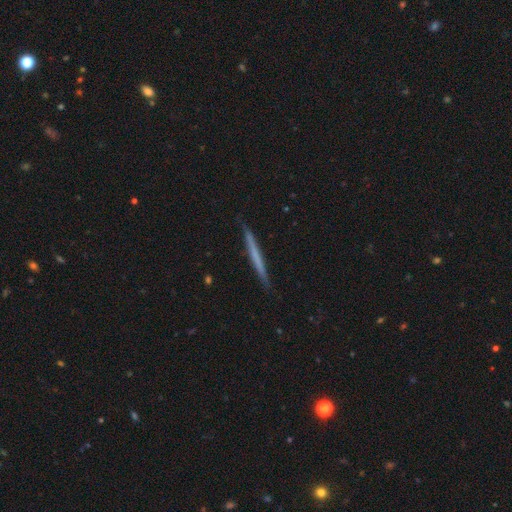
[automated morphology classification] Q: Smooth or featured?
A: smooth (49%); runner-up: featured or disk (45%)
Q: Merging?
A: none (90%); runner-up: minor disturbance (7%)